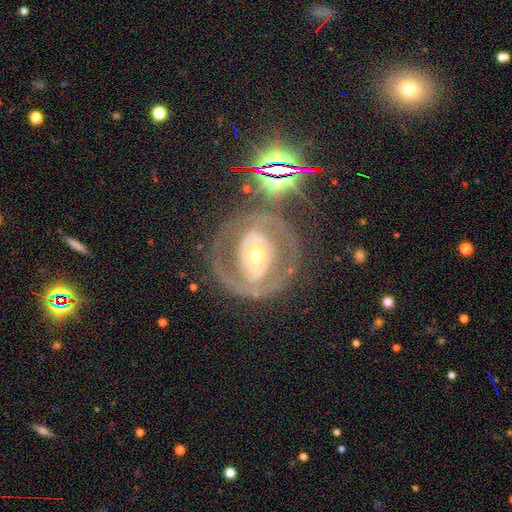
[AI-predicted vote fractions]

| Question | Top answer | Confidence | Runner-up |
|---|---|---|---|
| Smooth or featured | featured or disk | 78% | smooth (13%) |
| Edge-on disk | no | 95% | yes (5%) |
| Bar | strong | 37% | no (34%) |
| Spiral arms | yes | 63% | no (37%) |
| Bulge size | small | 51% | moderate (42%) |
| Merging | none | 69% | minor disturbance (15%) |